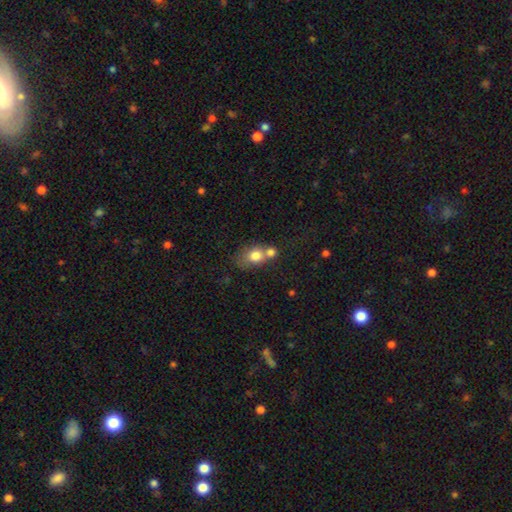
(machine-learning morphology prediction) Overall: smooth (76%). How rounded: in between (53%; round 46%). Merging: merger (55%; none 28%).